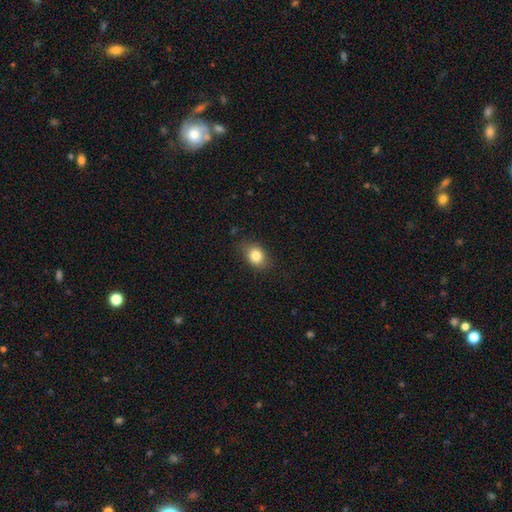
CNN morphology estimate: Overall: smooth (83%). How rounded: in between (57%; round 42%). Merging: none (79%).